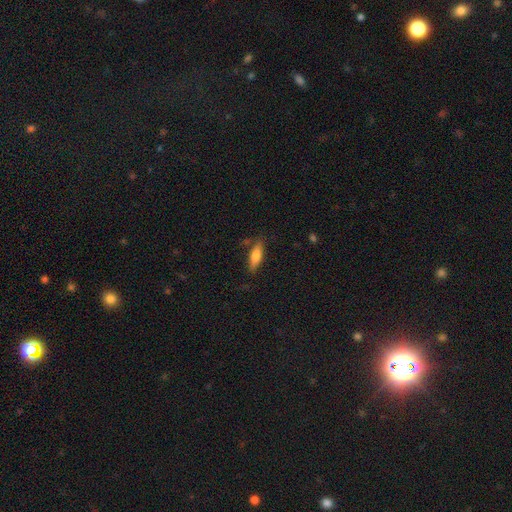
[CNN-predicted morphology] This is likely a smooth galaxy (73%). How rounded: possibly in between (51%). Merging: likely none (77%).